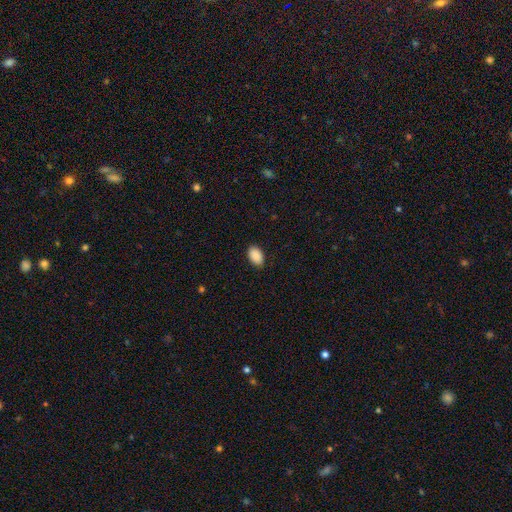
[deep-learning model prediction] Morphology: type=smooth (90%); roundness=in between (91%); merging=none (87%).